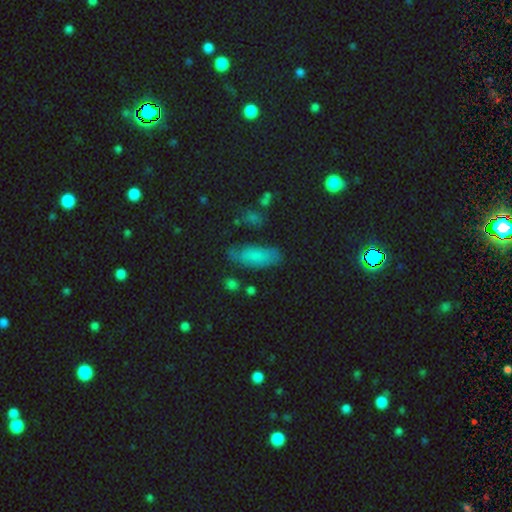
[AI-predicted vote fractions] Smooth or featured: smooth — 68% (featured or disk — 18%)
How rounded: in between — 79% (cigar-shaped — 18%)
Merging: none — 68% (minor disturbance — 22%)